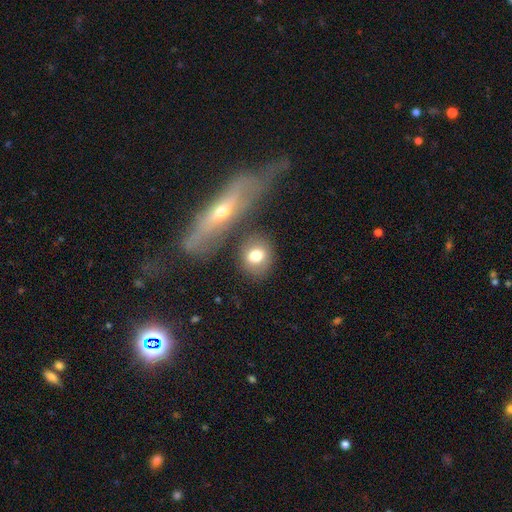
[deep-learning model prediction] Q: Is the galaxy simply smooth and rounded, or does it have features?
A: smooth — 73%.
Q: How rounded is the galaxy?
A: round — 63%.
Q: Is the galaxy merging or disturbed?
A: none — 71%.